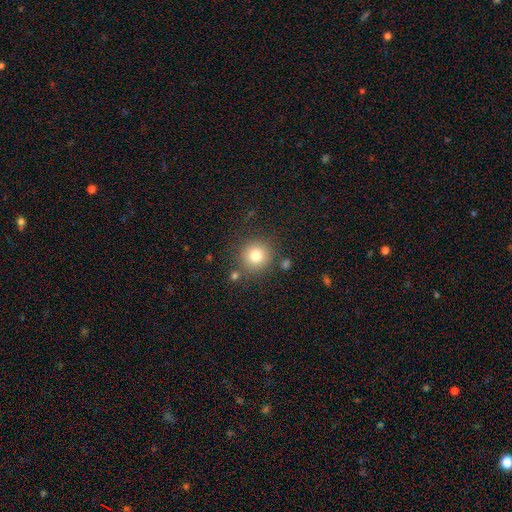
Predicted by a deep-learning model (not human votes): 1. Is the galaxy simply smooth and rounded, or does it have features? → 79% smooth, 12% star or artifact, 9% featured or disk.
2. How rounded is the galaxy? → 92% round, 7% in between, 1% cigar-shaped.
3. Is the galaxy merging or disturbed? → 82% none, 9% minor disturbance, 5% merger, 4% major disturbance.